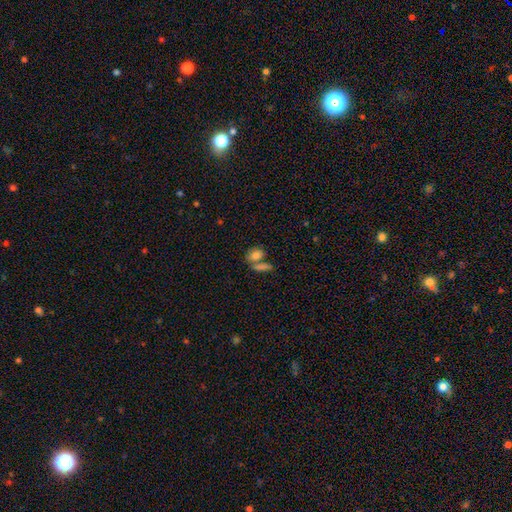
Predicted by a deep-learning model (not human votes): A smooth galaxy with no disk features (78%) that is in between round and cigar-shaped (70%). Merging: none (46%).